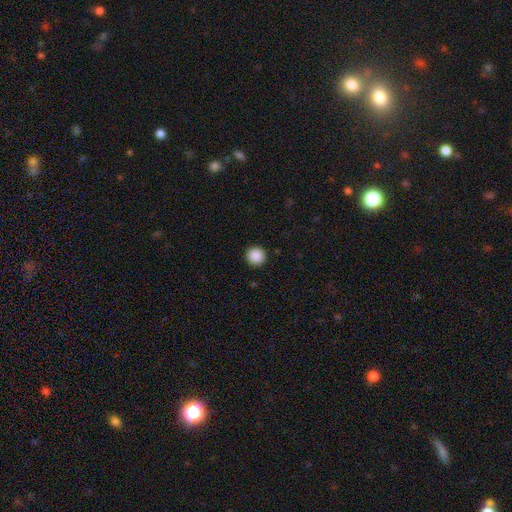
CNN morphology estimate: Smooth or featured: smooth — 89% (star or artifact — 9%)
How rounded: round — 95% (in between — 4%)
Merging: none — 93% (minor disturbance — 5%)